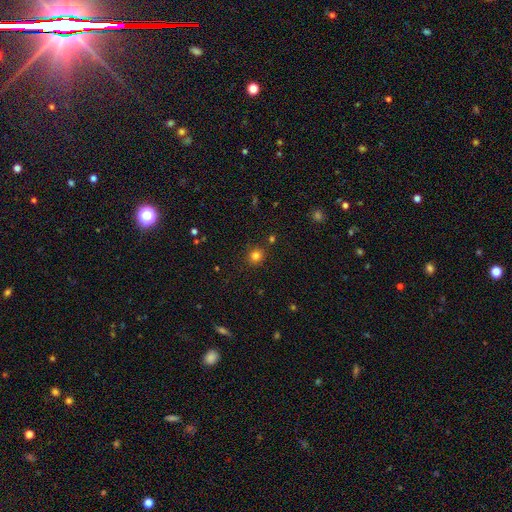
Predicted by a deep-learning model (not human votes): A smooth galaxy with no disk features (81%) that is round (85%).

Vote fractions:
- Smooth or featured? smooth: 81% / star or artifact: 14% / featured or disk: 5%
- How rounded? round: 85% / in between: 14% / cigar-shaped: 1%
- Merging? none: 86% / minor disturbance: 8% / merger: 3% / major disturbance: 3%